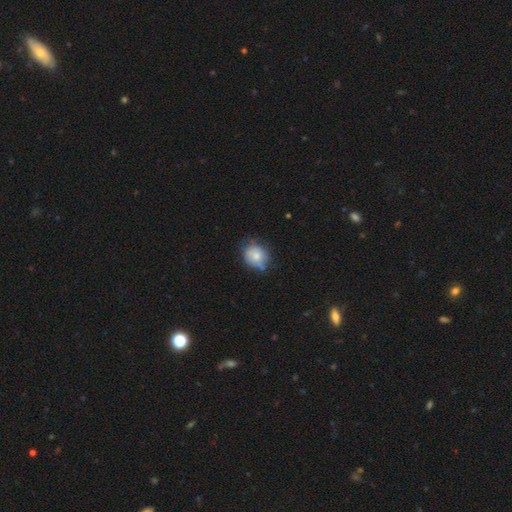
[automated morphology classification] smooth_or_featured: smooth (p=0.74) [alt: featured or disk p=0.17]
how_rounded: round (p=0.66) [alt: in between p=0.33]
merging: none (p=0.56) [alt: minor disturbance p=0.33]